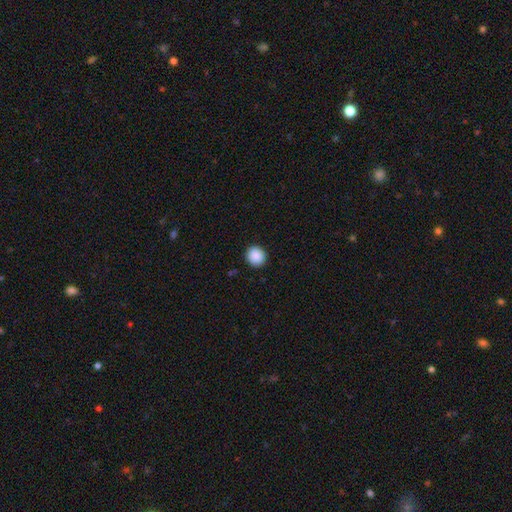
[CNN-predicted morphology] The model was most divided on "how rounded": round: 89%, in between: 10%, cigar-shaped: 1%. More confident: merging — none (92%); smooth or featured — smooth (90%).